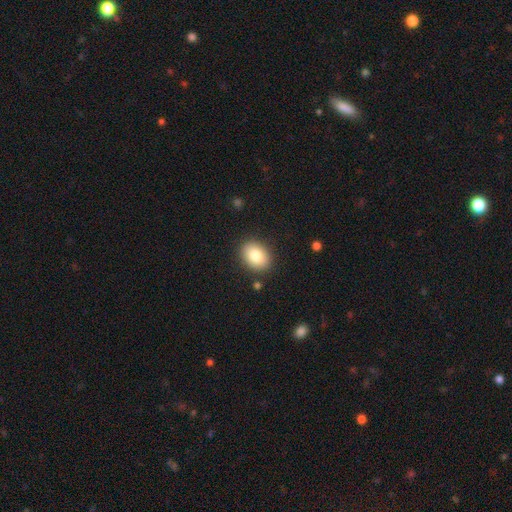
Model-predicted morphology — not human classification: Smooth or featured: smooth — 82% (featured or disk — 10%)
How rounded: in between — 67% (round — 32%)
Merging: none — 88% (minor disturbance — 9%)